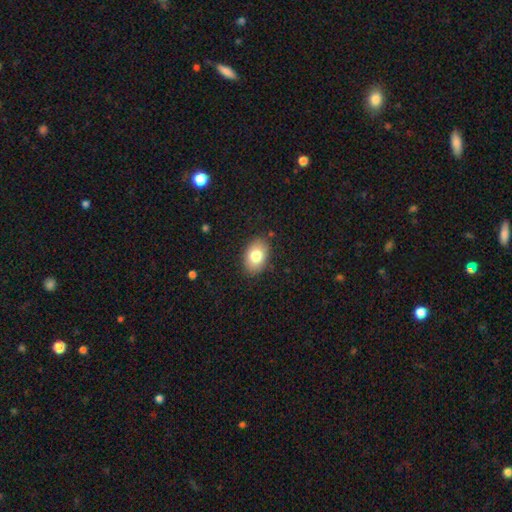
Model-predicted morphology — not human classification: smooth_or_featured: smooth (p=0.78) [alt: featured or disk p=0.13]
how_rounded: in between (p=0.80) [alt: round p=0.19]
merging: none (p=0.86) [alt: minor disturbance p=0.10]